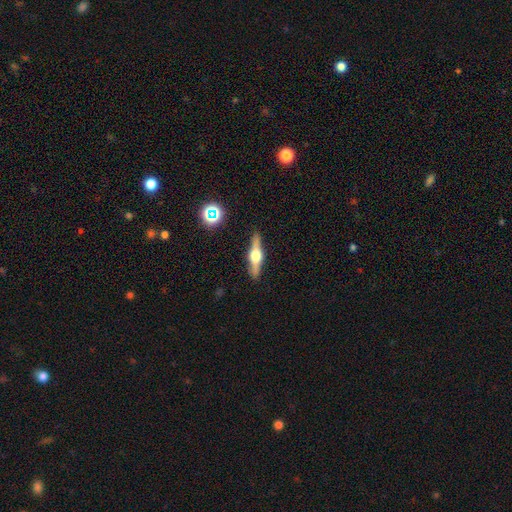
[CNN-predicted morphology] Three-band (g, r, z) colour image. It shows a featured or disk galaxy (72%) viewed edge-on (97%) with a rounded central bulge (94%). Merging: none (89%).